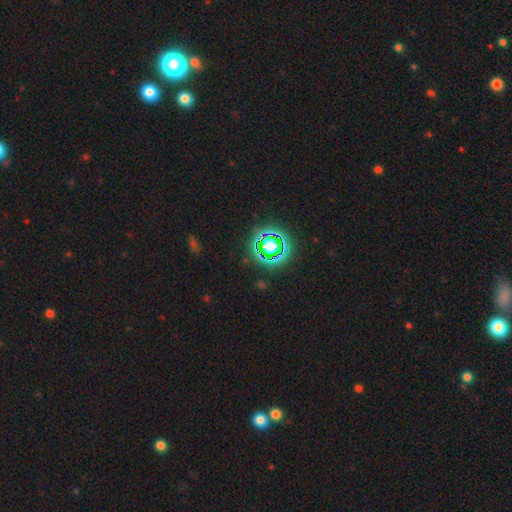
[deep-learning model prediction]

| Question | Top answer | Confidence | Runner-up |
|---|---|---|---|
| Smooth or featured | star or artifact | 79% | smooth (14%) |